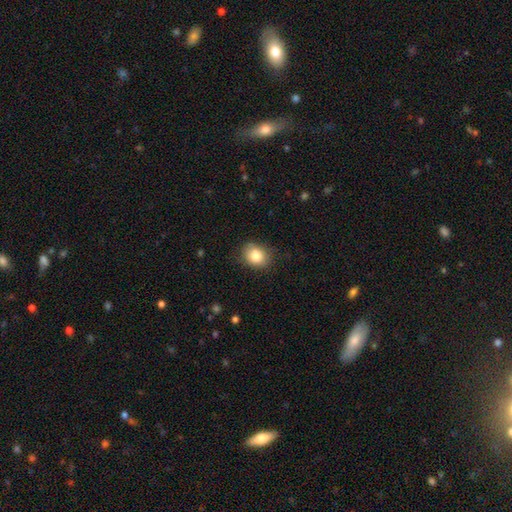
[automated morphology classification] Smooth or featured? Predicted: smooth (p=0.84). How rounded? Predicted: in between (p=0.50). Merging? Predicted: none (p=0.79).